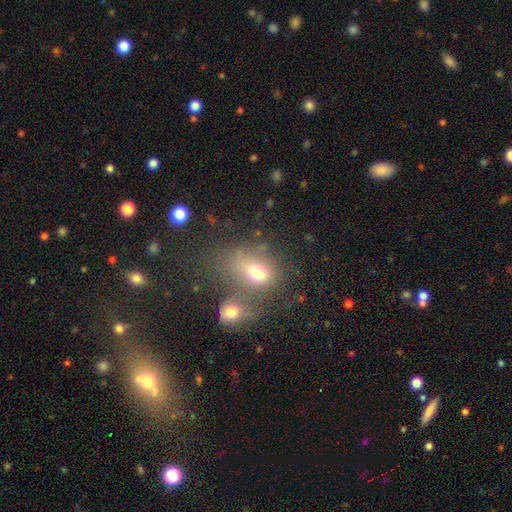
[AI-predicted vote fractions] smooth_or_featured: smooth (p=0.63) [alt: star or artifact p=0.19]
how_rounded: in between (p=0.68) [alt: round p=0.30]
merging: none (p=0.40) [alt: merger p=0.34]